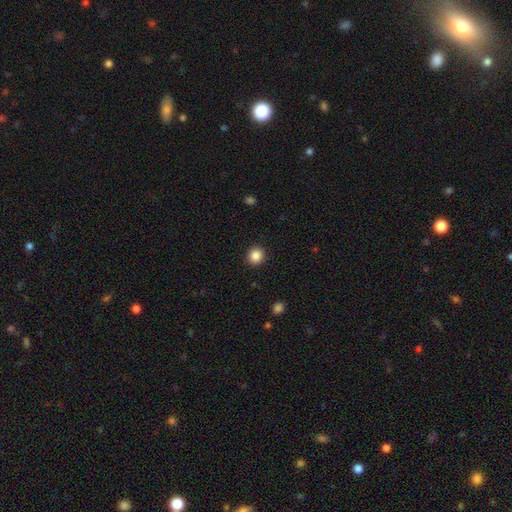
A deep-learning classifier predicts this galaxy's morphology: Overall: smooth (87%). How rounded: round (91%). Merging: none (91%).